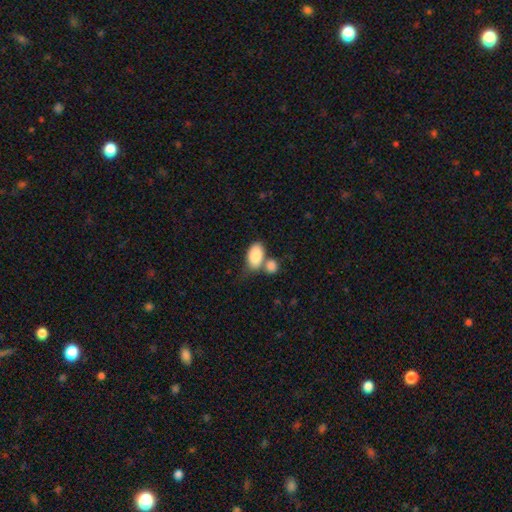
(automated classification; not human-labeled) Morphology: type=smooth (85%); roundness=in between (92%); merging=merger (45%).